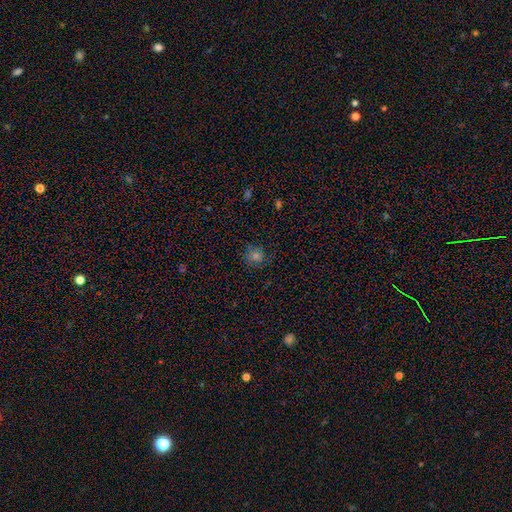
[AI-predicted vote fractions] Smooth or featured?
  - smooth: 61% *
  - star or artifact: 24%
  - featured or disk: 15%
How rounded?
  - round: 88% *
  - in between: 11%
  - cigar-shaped: 1%
Merging?
  - none: 81% *
  - minor disturbance: 13%
  - major disturbance: 5%
  - merger: 1%